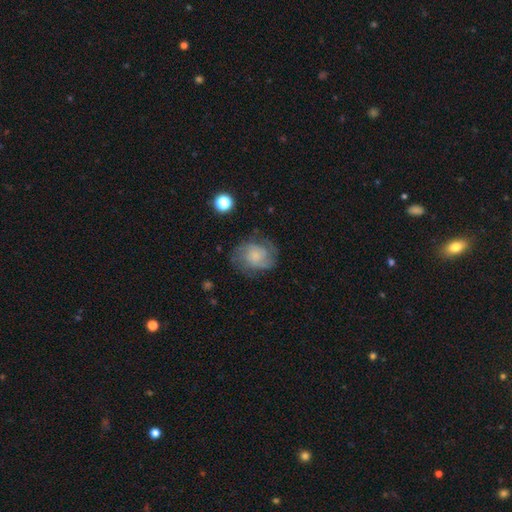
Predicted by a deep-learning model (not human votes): A featured or disk galaxy (61%) with no bar (76%), 2 (34%, tied with can't tell) tight (45%) spiral arms (86%) and a small central bulge (52%).

Vote fractions:
- Smooth or featured? featured or disk: 61% / smooth: 31% / star or artifact: 8%
- Edge-on disk? no: 98% / yes: 2%
- Bar? no: 76% / weak: 21% / strong: 3%
- Spiral arms? yes: 86% / no: 14%
- Spiral winding? tight: 45% / medium: 39% / loose: 15%
- Spiral arm count? 2: 34% (tied) / can't tell: 34% (tied) / 3: 16% / 1: 6% / 4: 5% / more than 4: 4%
- Bulge size? small: 52% / none: 20% / moderate: 20% / large: 5% / dominant: 2%
- Merging? none: 64% / minor disturbance: 21% / major disturbance: 13% / merger: 2%